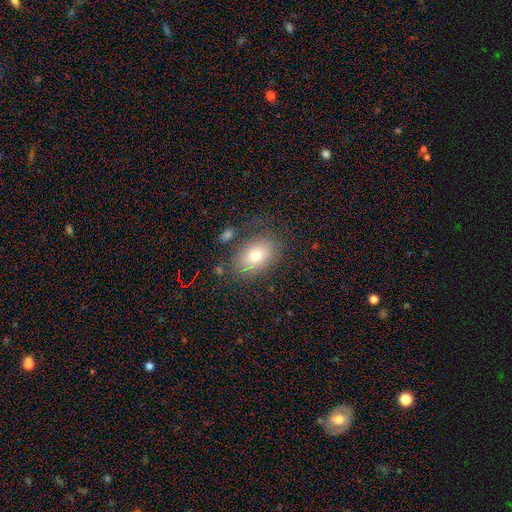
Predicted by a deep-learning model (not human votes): Smooth or featured?
  - smooth: 73% *
  - featured or disk: 17%
  - star or artifact: 10%
How rounded?
  - in between: 80% *
  - round: 19%
  - cigar-shaped: 1%
Merging?
  - none: 72% *
  - minor disturbance: 16%
  - major disturbance: 8%
  - merger: 4%